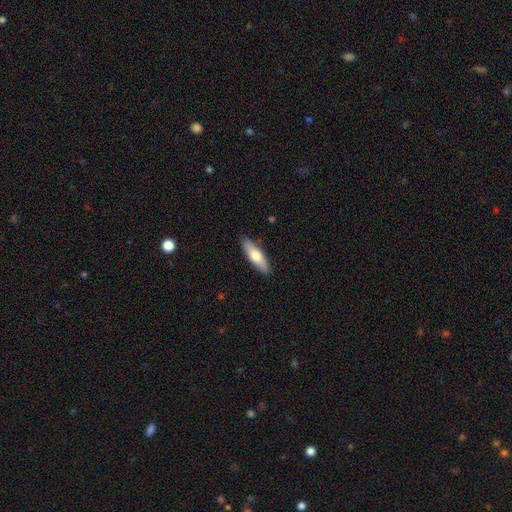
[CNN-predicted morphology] Smooth or featured?
  - smooth: 66% *
  - featured or disk: 28%
  - star or artifact: 5%
How rounded?
  - cigar-shaped: 52% *
  - in between: 45%
  - round: 2%
Merging?
  - none: 88% *
  - minor disturbance: 9%
  - major disturbance: 2%
  - merger: 1%